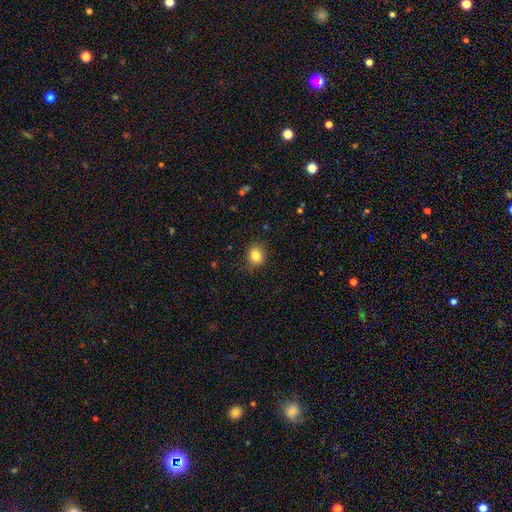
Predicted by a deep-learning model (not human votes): Smooth or featured? smooth (82%)
How rounded? round (70%)
Merging? none (85%)